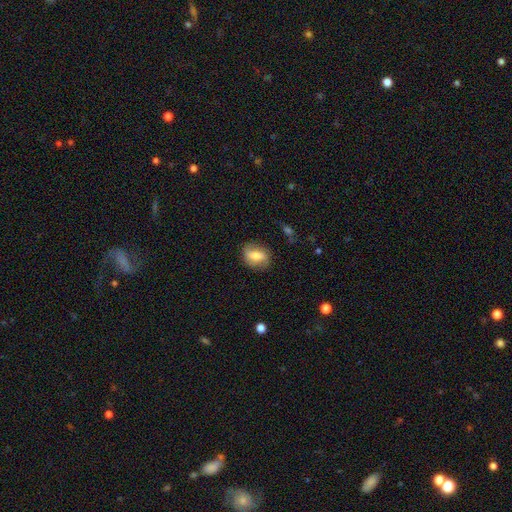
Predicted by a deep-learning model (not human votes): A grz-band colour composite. It shows a smooth galaxy with no disk features (61%) that is in between round and cigar-shaped (62%). Merging: none (76%).